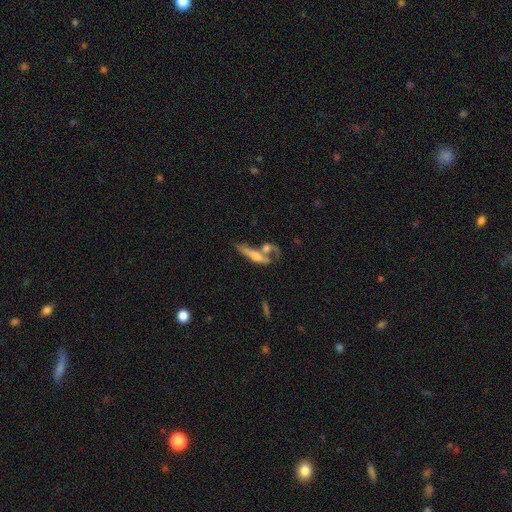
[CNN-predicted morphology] featured or disk 47%, smooth 44%, star or artifact 9%. Down the decision tree: merging — merger (45%).